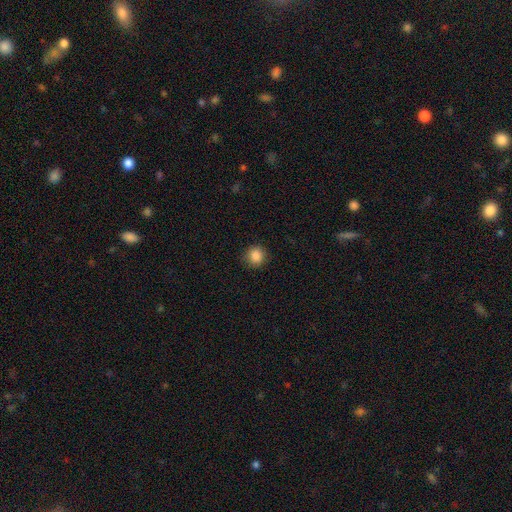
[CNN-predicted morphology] smooth 86%, star or artifact 10%, featured or disk 4%. Down the decision tree: how rounded — round (90%); merging — none (87%).